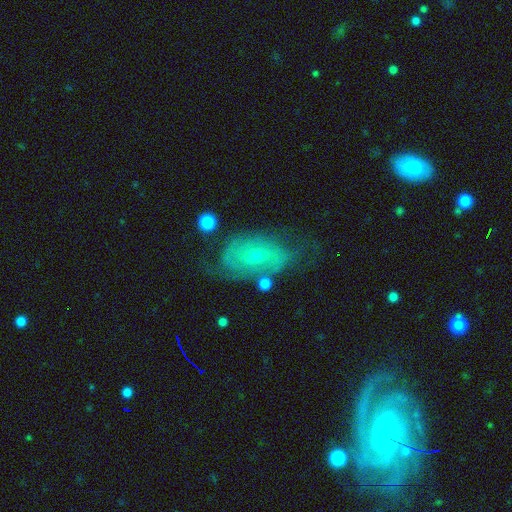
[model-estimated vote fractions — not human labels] This appears to be a featured or disk galaxy (72%) with no bar (62%), 2 (43%) tight (46%) spiral arms (82%) and a small central bulge (71%). Merging: none (56%).